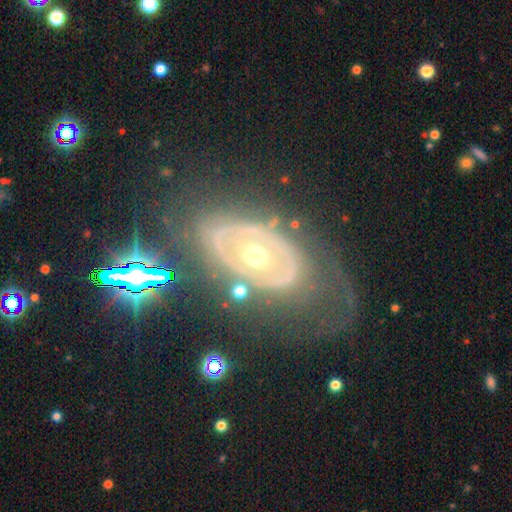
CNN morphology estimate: The model was most divided on "spiral arms": no: 56%, yes: 44%. More confident: edge-on disk — no (93%); smooth or featured — featured or disk (78%); bar — no (74%); bulge size — moderate (60%); merging — none (59%).